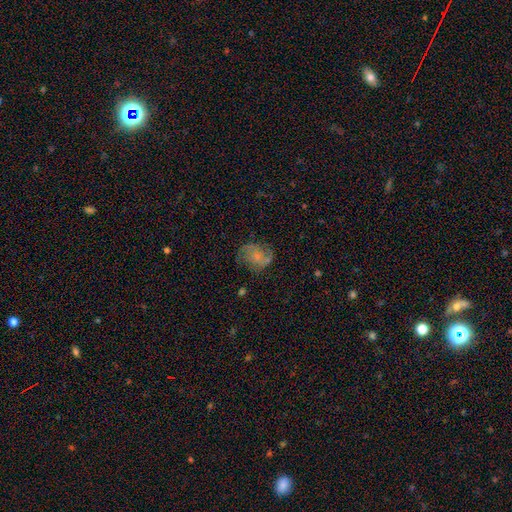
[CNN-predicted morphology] Smooth or featured? Predicted: featured or disk (p=0.57). Edge-on disk? Predicted: no (p=0.98). Bar? Predicted: no (p=0.72). Spiral arms? Predicted: yes (p=0.84). Bulge size? Predicted: small (p=0.63). Merging? Predicted: none (p=0.61).